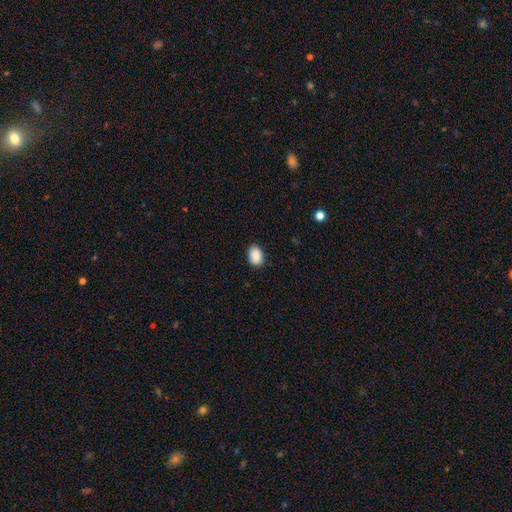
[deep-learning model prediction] Smooth or featured?
  - smooth: 90% *
  - star or artifact: 7%
  - featured or disk: 3%
How rounded?
  - in between: 83% *
  - round: 16%
  - cigar-shaped: 1%
Merging?
  - none: 88% *
  - minor disturbance: 9%
  - major disturbance: 2%
  - merger: 1%